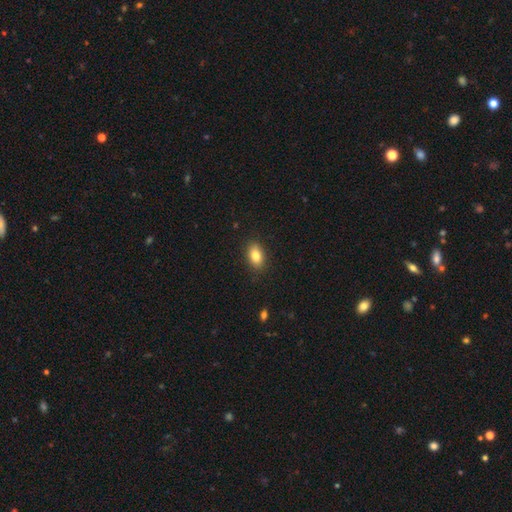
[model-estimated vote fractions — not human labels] This appears to be a smooth galaxy with no disk features (83%) that is in between round and cigar-shaped (87%). Merging: none (88%).